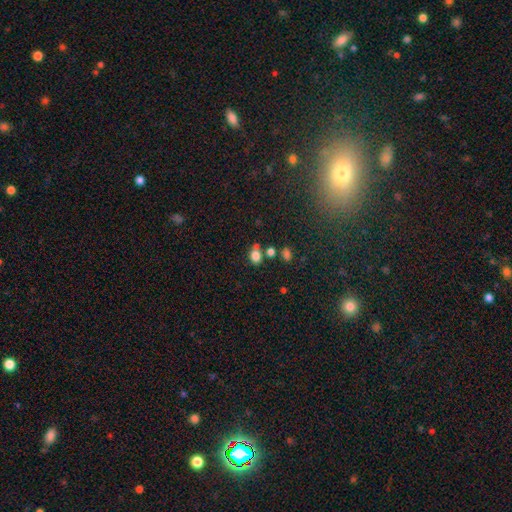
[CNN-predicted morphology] Smooth or featured? smooth (79%)
How rounded? in between (52%)
Merging? none (54%)